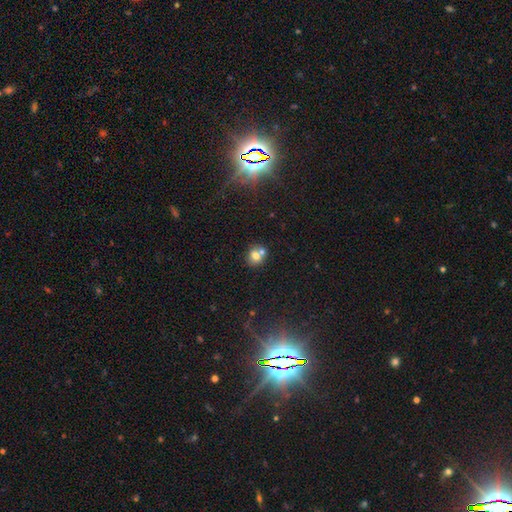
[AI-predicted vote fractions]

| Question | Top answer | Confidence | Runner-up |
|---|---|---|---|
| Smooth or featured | smooth | 71% | featured or disk (16%) |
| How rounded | round | 75% | in between (24%) |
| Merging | none | 49% | merger (40%) |